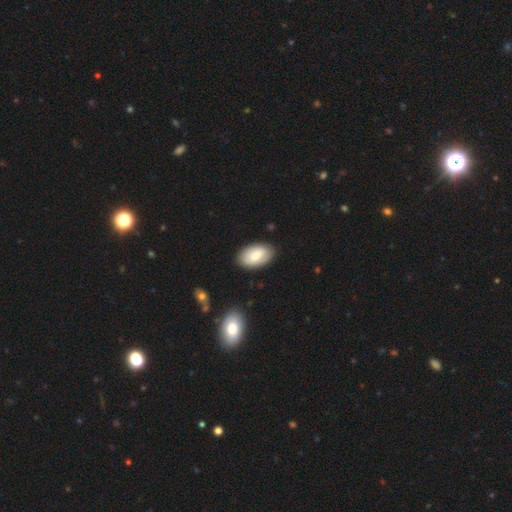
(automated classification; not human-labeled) smooth-or-featured: smooth: 72% | featured or disk: 22% | star or artifact: 6%
  how-rounded: in between: 94% | round: 4% | cigar-shaped: 1%
  merging: none: 86% | minor disturbance: 11% | major disturbance: 2% | merger: 1%